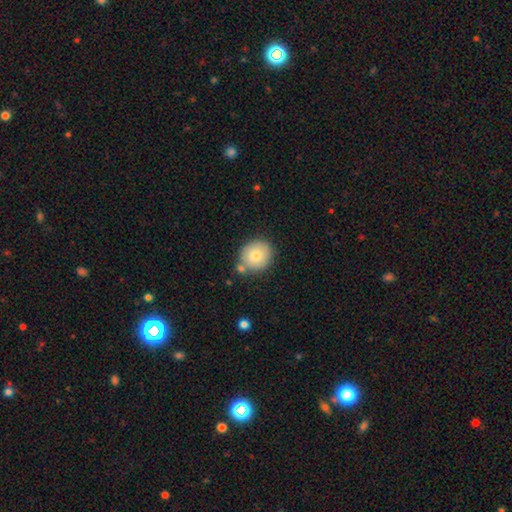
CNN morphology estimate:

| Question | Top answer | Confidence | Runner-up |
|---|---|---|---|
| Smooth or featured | smooth | 79% | featured or disk (13%) |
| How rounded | round | 84% | in between (15%) |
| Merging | none | 72% | minor disturbance (13%) |